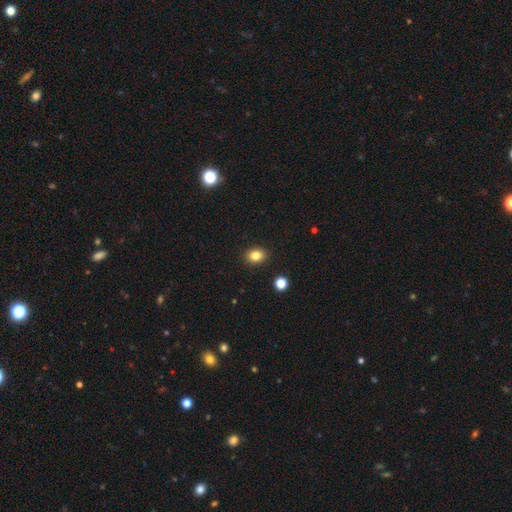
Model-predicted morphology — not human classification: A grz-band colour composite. It shows a smooth galaxy with no disk features (83%) that is in between round and cigar-shaped (50%). Merging: none (90%).